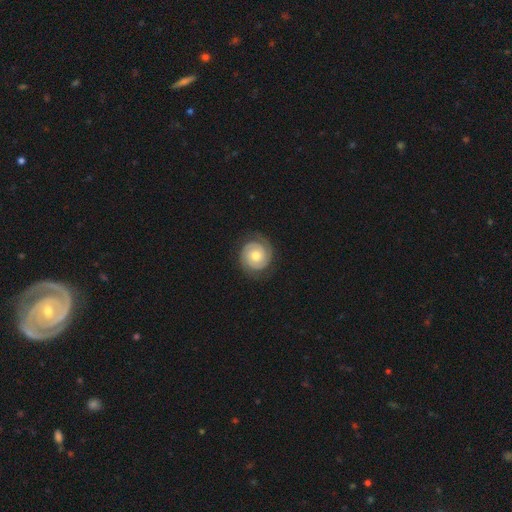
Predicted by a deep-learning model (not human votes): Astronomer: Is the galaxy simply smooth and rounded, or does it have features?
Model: featured or disk — 84%.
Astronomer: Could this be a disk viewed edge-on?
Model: no — 98%.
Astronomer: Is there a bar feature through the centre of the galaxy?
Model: no — 79%.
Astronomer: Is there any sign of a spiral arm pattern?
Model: yes — 97%.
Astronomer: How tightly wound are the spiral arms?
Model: tight — 80%.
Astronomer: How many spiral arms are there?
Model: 2 — 86%.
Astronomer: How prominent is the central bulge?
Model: moderate — 69%.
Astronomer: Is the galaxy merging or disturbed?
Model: none — 84%.